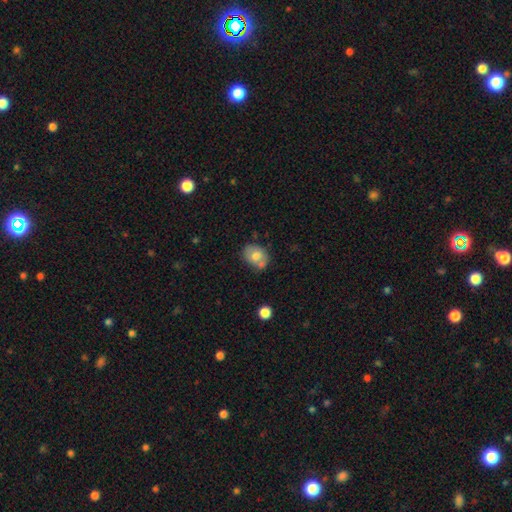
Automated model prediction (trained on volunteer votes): smooth 71%, featured or disk 21%, star or artifact 8%. Down the decision tree: how rounded — in between (54%); merging — none (54%).